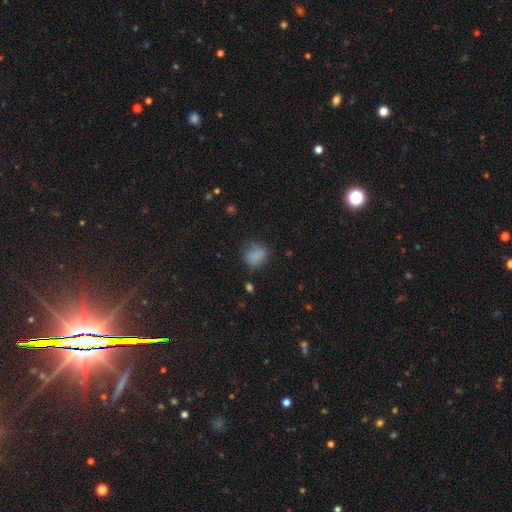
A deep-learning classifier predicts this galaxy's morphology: Smooth or featured: smooth — 83% (star or artifact — 10%)
How rounded: round — 61% (in between — 37%)
Merging: none — 65% (minor disturbance — 24%)